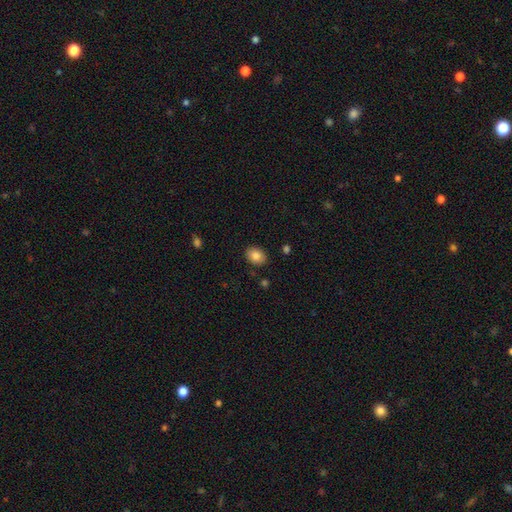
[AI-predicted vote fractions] This appears to be a smooth galaxy with no disk features (85%) that is in between round and cigar-shaped (70%). Merging: none (86%).